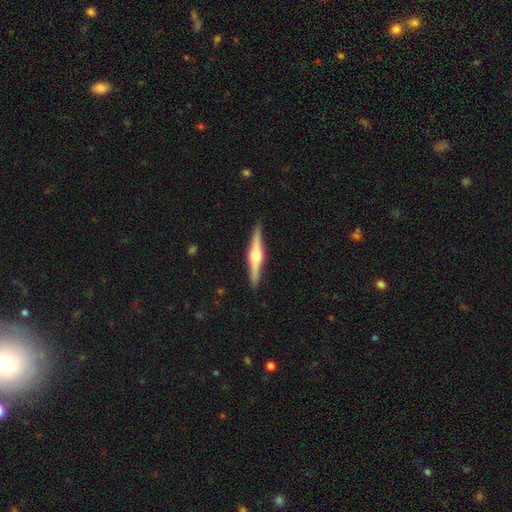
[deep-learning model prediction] Overall: featured or disk (79%). Edge-on disk: yes (98%). Edge-on bulge: rounded (88%). Merging: none (91%).